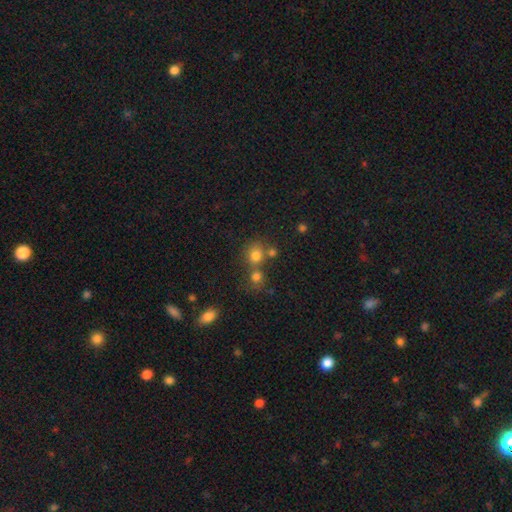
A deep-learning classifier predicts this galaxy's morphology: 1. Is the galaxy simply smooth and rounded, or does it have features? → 75% smooth, 16% star or artifact, 9% featured or disk.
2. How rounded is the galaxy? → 82% round, 17% in between, 1% cigar-shaped.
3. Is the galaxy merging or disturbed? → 53% none, 34% merger, 9% minor disturbance, 4% major disturbance.